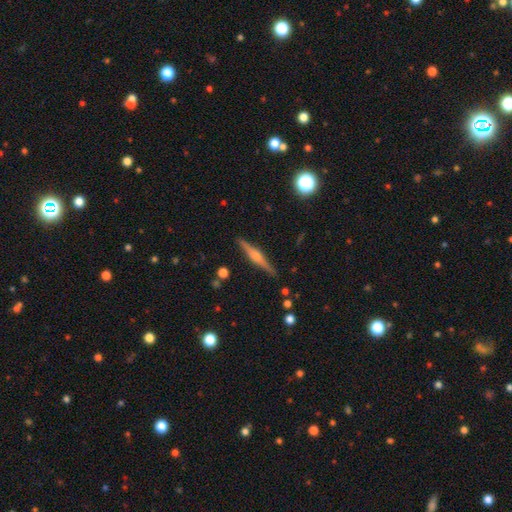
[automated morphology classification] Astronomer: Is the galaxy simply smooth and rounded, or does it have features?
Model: featured or disk — 68%.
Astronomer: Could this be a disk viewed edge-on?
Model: yes — 98%.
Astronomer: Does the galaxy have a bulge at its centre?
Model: rounded — 74%.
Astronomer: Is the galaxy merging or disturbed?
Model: none — 90%.